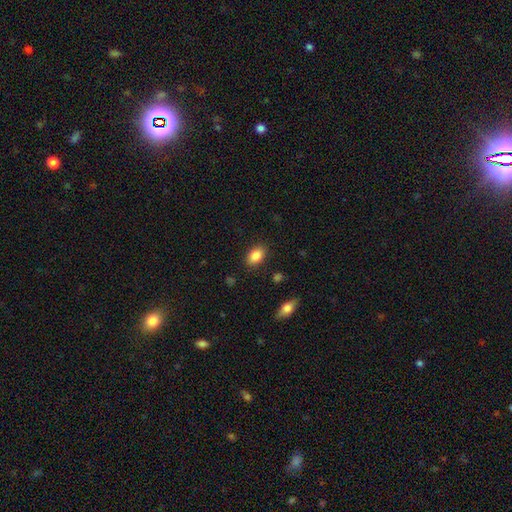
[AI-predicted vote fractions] smooth_or_featured: smooth (p=0.86) [alt: star or artifact p=0.08]
how_rounded: in between (p=0.83) [alt: round p=0.15]
merging: none (p=0.86) [alt: minor disturbance p=0.10]